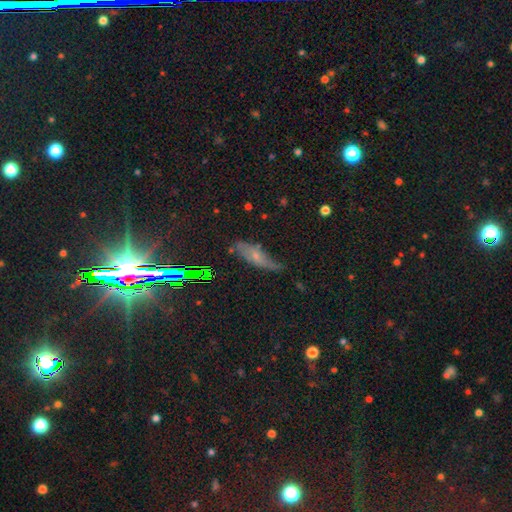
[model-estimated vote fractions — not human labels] A smooth galaxy with no disk features (41%, tied with featured or disk). Merging: none (54%).